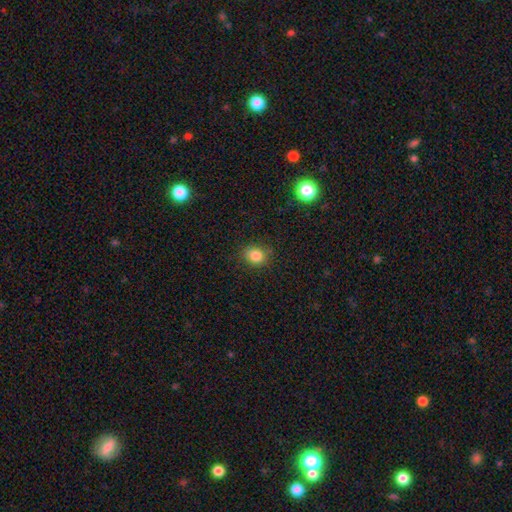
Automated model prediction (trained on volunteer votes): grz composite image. It shows a smooth galaxy with no disk features (83%) that is round (69%). Merging: none (84%).